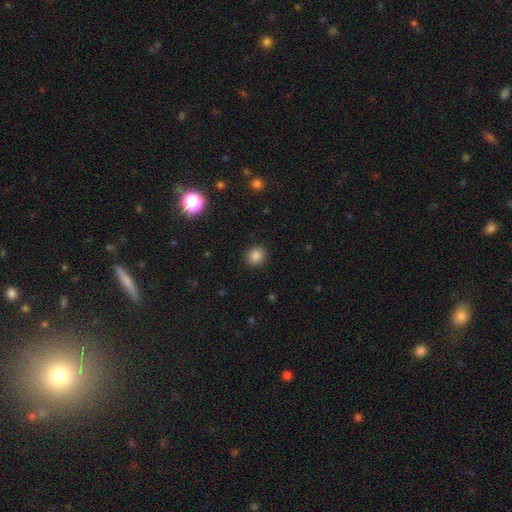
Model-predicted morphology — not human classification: Smooth or featured? smooth (85%)
How rounded? round (82%)
Merging? none (90%)